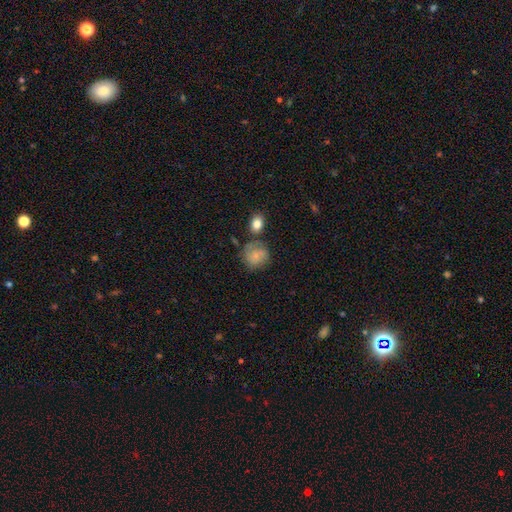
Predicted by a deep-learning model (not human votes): A smooth galaxy with no disk features (77%) that is round (79%).

Vote fractions:
- Smooth or featured? smooth: 77% / featured or disk: 14% / star or artifact: 9%
- How rounded? round: 79% / in between: 20% / cigar-shaped: 1%
- Merging? none: 58% / minor disturbance: 22% / merger: 12% / major disturbance: 8%